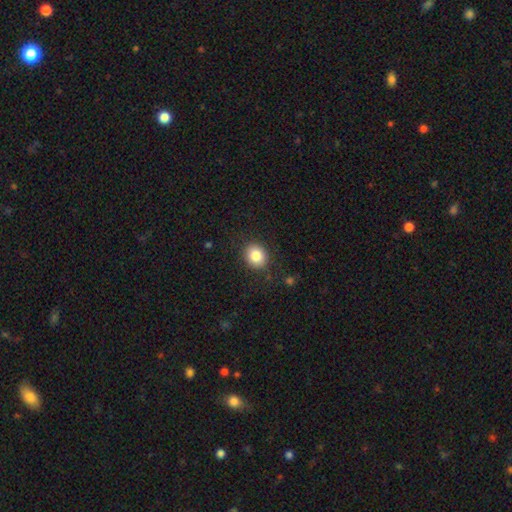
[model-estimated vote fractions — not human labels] smooth_or_featured: smooth (p=0.84) [alt: star or artifact p=0.09]
how_rounded: round (p=0.67) [alt: in between p=0.32]
merging: none (p=0.88) [alt: minor disturbance p=0.09]